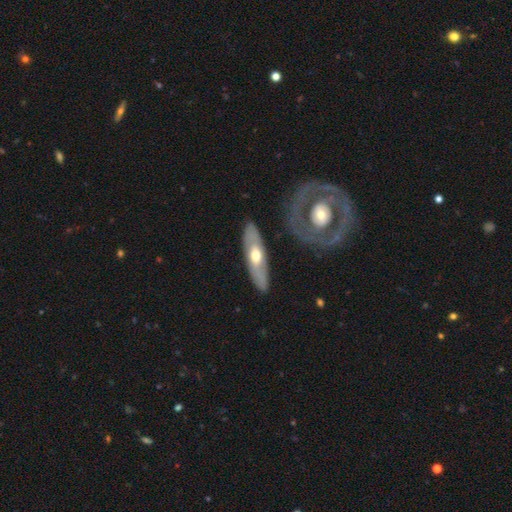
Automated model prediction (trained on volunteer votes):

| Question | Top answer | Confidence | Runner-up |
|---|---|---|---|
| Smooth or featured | featured or disk | 54% | smooth (41%) |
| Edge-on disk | no | 61% | yes (39%) |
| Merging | none | 81% | minor disturbance (13%) |